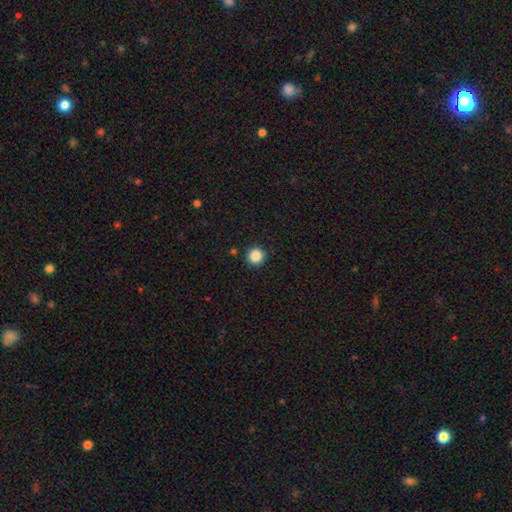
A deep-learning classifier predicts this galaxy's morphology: smooth-or-featured: smooth: 87% | star or artifact: 10% | featured or disk: 3%
  how-rounded: round: 95% | in between: 4% | cigar-shaped: 1%
  merging: none: 92% | minor disturbance: 5% | major disturbance: 2% | merger: 1%